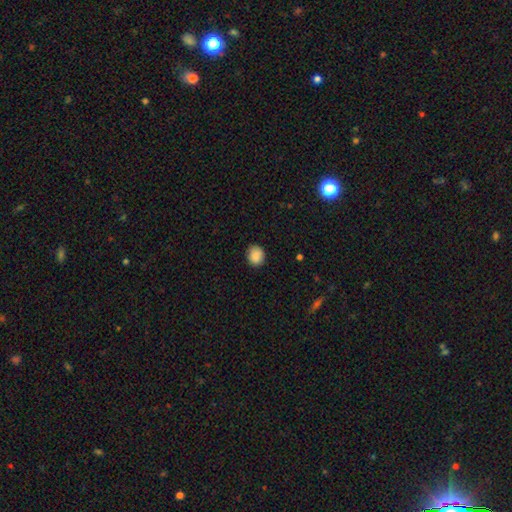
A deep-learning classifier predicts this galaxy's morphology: Overall: smooth (89%). How rounded: round (73%). Merging: none (88%).